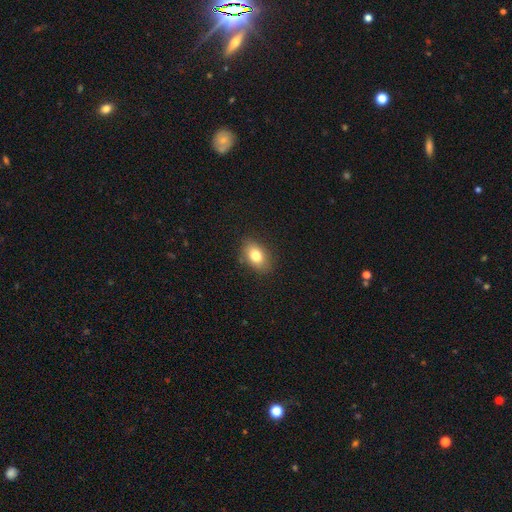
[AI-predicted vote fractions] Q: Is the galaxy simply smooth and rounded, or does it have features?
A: smooth — 79%.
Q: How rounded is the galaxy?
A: in between — 80%.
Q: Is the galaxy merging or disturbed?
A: none — 85%.